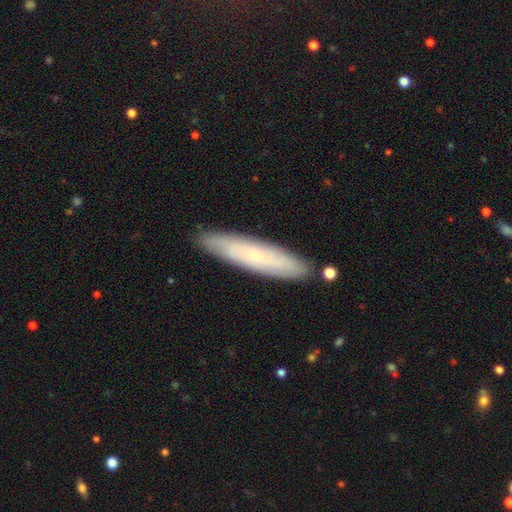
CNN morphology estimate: smooth_or_featured: smooth (p=0.47) [tied with: featured or disk p=0.47]
merging: none (p=0.87) [alt: minor disturbance p=0.09]